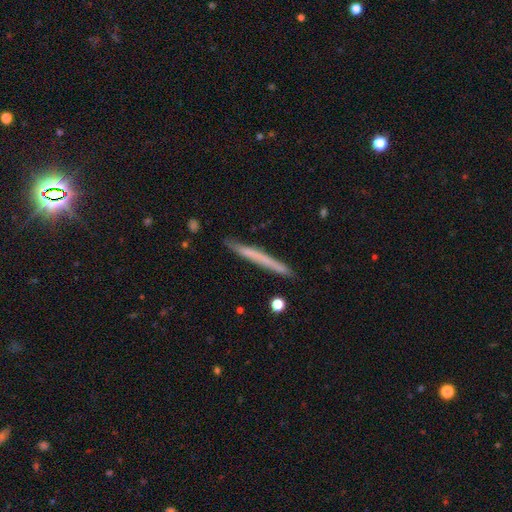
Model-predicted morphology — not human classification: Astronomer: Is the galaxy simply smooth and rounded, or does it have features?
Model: smooth — 54% (runner-up: featured or disk, 40%).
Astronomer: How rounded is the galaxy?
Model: cigar-shaped — 97%.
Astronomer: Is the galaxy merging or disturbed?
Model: none — 88%.